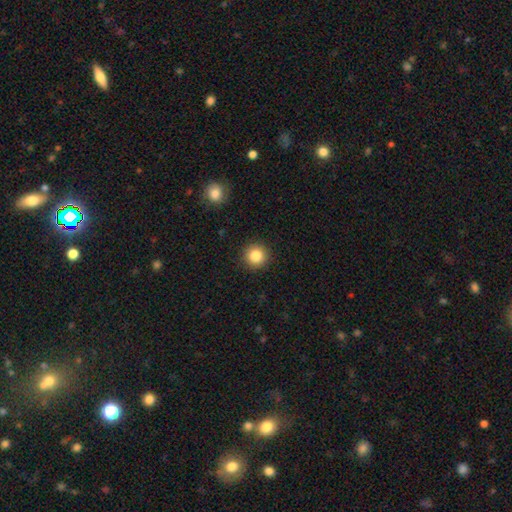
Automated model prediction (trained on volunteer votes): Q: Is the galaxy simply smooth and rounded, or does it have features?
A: smooth — 85%.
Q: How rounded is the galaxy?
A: round — 95%.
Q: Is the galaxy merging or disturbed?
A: none — 92%.